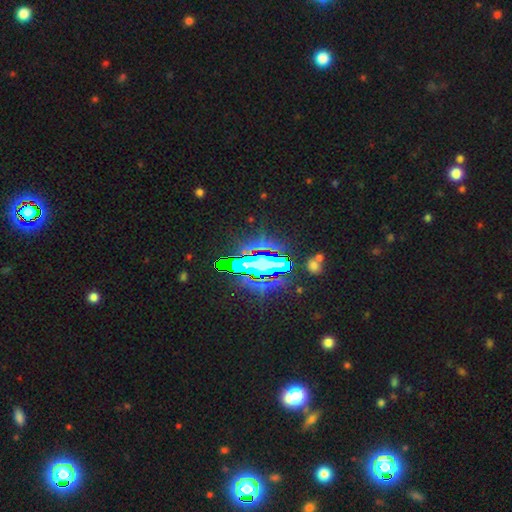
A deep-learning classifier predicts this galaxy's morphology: The model was most divided on "smooth or featured": star or artifact: 83%, featured or disk: 9%, smooth: 8%.